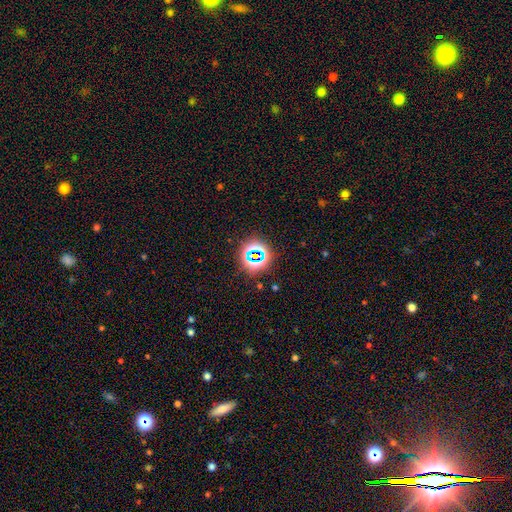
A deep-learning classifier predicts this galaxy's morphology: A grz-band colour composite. It shows a star or artifact, not a galaxy (68%).